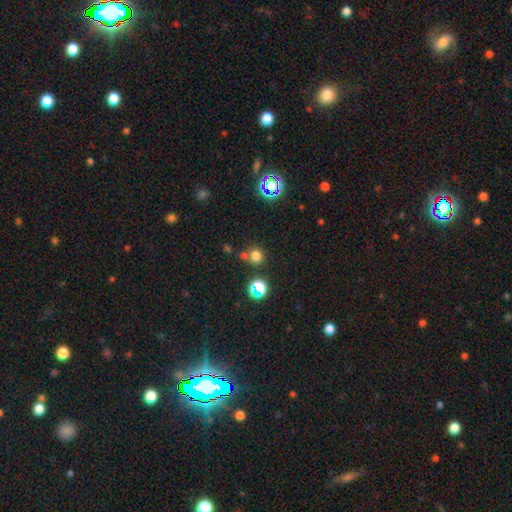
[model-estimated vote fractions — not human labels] Smooth or featured: smooth — 70% (star or artifact — 24%)
How rounded: round — 91% (in between — 8%)
Merging: none — 71% (merger — 16%)